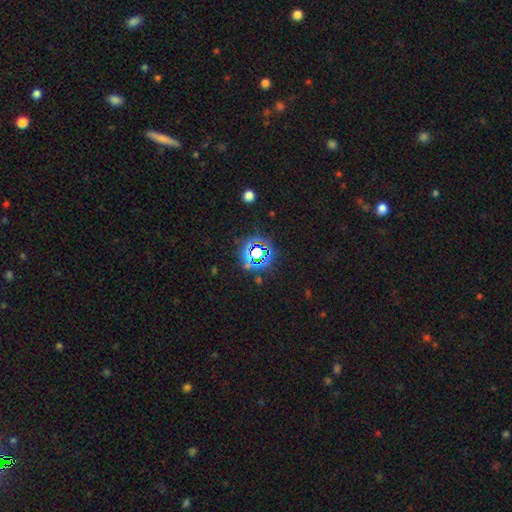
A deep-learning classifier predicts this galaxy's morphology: This appears to be a star or artifact, not a galaxy (73%).